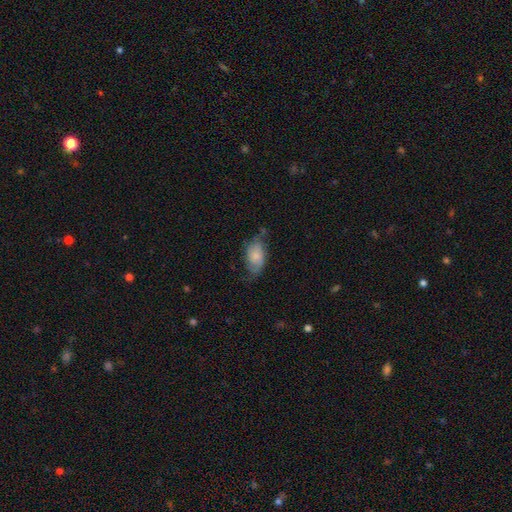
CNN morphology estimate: A smooth galaxy with no disk features (64%) that is in between round and cigar-shaped (92%).

Vote fractions:
- Smooth or featured? smooth: 64% / featured or disk: 29% / star or artifact: 7%
- How rounded? in between: 92% / round: 6% / cigar-shaped: 2%
- Merging? none: 48% / minor disturbance: 34% / major disturbance: 15% / merger: 3%